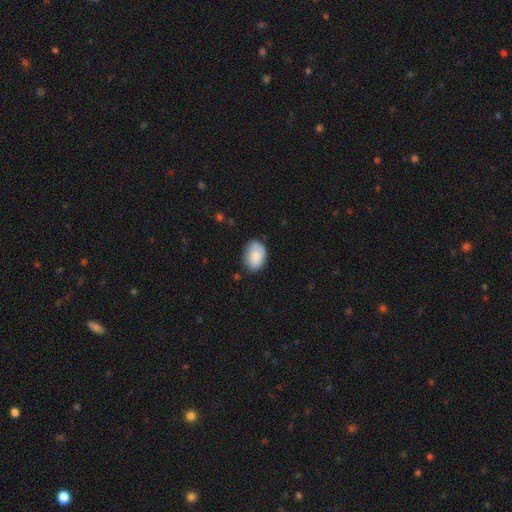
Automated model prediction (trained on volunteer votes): Overall: smooth (84%). How rounded: in between (81%). Merging: none (72%).